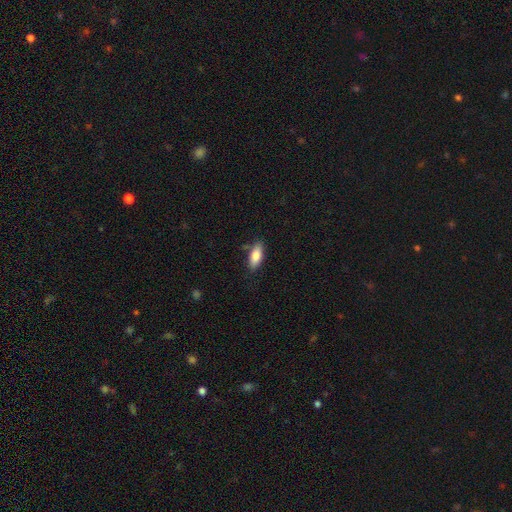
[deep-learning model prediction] This is clearly a smooth galaxy (83%). How rounded: likely in between (79%). Merging: likely none (80%).